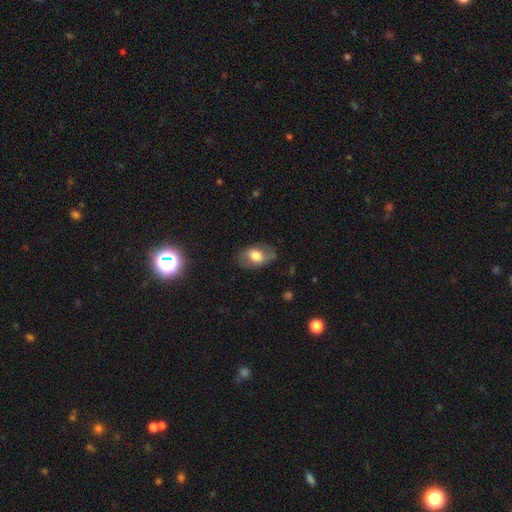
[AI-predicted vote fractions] smooth-or-featured: smooth: 57% | featured or disk: 36% | star or artifact: 8%
  how-rounded: in between: 87% | round: 11% | cigar-shaped: 2%
  merging: none: 73% | minor disturbance: 18% | major disturbance: 7% | merger: 1%